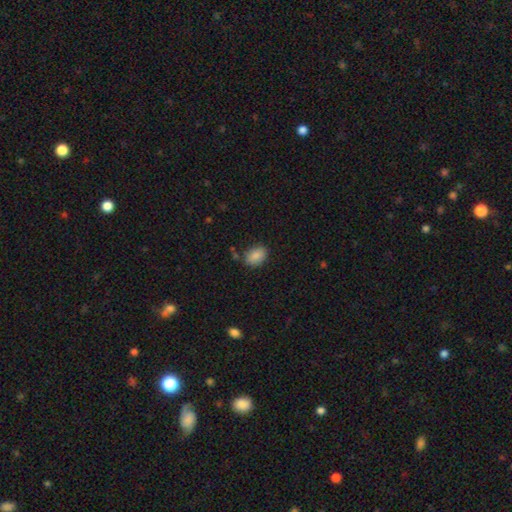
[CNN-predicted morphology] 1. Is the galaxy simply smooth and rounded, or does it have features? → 87% smooth, 8% star or artifact, 6% featured or disk.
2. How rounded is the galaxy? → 77% in between, 22% round, 1% cigar-shaped.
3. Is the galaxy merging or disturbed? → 79% none, 15% minor disturbance, 3% major disturbance, 3% merger.